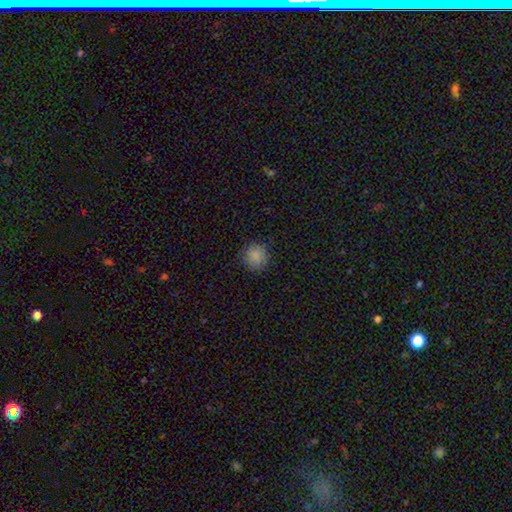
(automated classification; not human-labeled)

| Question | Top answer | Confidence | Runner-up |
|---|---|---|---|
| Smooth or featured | smooth | 86% | star or artifact (10%) |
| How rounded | round | 90% | in between (9%) |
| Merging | none | 87% | minor disturbance (9%) |